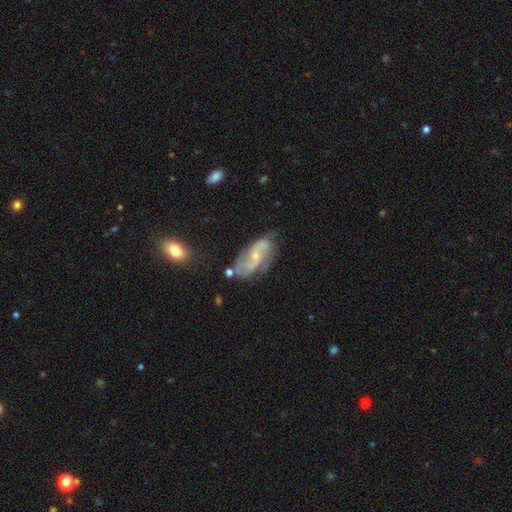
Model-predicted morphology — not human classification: A featured or disk galaxy (74%) with no bar (53%), 2 (67%) medium (43%) spiral arms (89%) and a small central bulge (68%).

Vote fractions:
- Smooth or featured? featured or disk: 74% / smooth: 19% / star or artifact: 7%
- Edge-on disk? no: 94% / yes: 6%
- Bar? no: 53% / weak: 38% / strong: 9%
- Spiral arms? yes: 89% / no: 11%
- Spiral winding? medium: 43% / loose: 34% / tight: 23%
- Spiral arm count? 2: 67% / can't tell: 18% / 3: 7% / 1: 3% / 4: 2% / more than 4: 2%
- Bulge size? small: 68% / moderate: 25% / none: 5% / large: 1% / dominant: 1%
- Merging? none: 59% / minor disturbance: 26% / major disturbance: 11% / merger: 5%